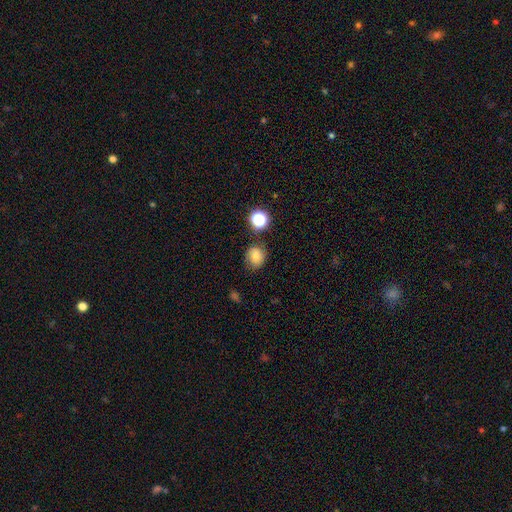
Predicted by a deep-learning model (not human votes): Smooth or featured: smooth — 70% (featured or disk — 15%)
How rounded: round — 62% (in between — 37%)
Merging: none — 70% (minor disturbance — 19%)